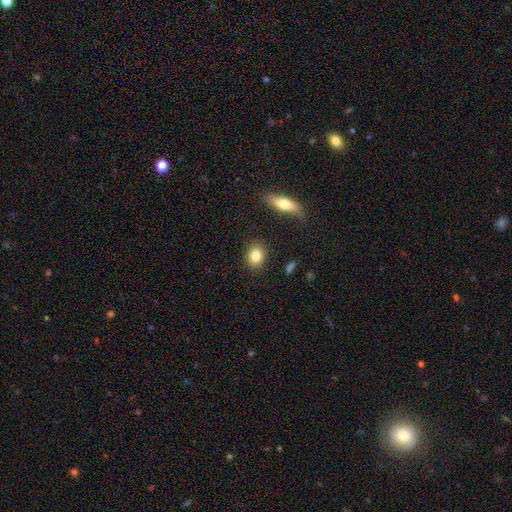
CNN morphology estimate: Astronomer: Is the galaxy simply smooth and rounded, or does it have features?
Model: smooth — 82%.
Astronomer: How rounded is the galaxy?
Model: in between — 51% (runner-up: round, 47%).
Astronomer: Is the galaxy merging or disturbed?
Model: none — 88%.